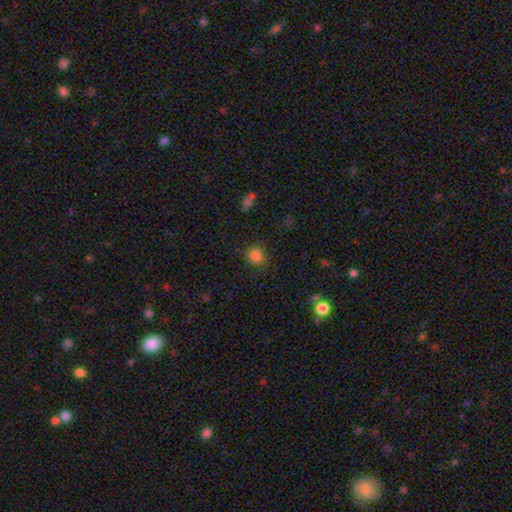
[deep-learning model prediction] Smooth or featured?
  - smooth: 82% *
  - star or artifact: 14%
  - featured or disk: 4%
How rounded?
  - round: 73% *
  - in between: 26%
  - cigar-shaped: 1%
Merging?
  - none: 82% *
  - minor disturbance: 13%
  - major disturbance: 4%
  - merger: 2%